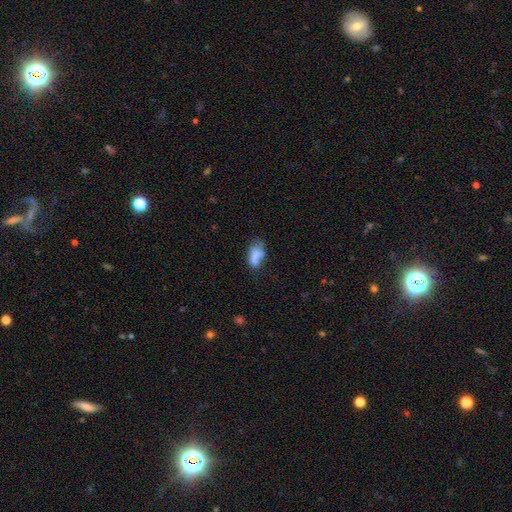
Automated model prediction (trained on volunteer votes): smooth 66%, featured or disk 23%, star or artifact 11%. Down the decision tree: how rounded — in between (88%); merging — none (36%).